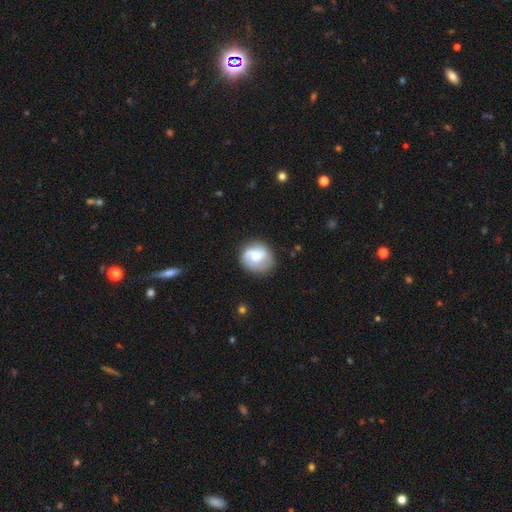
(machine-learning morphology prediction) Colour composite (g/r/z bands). It shows a smooth galaxy with no disk features (50%). Merging: none (72%).